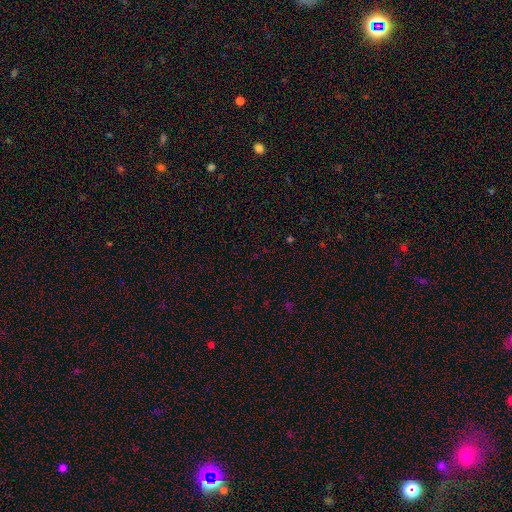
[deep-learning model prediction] Smooth or featured?
  - star or artifact: 67% *
  - smooth: 26%
  - featured or disk: 7%